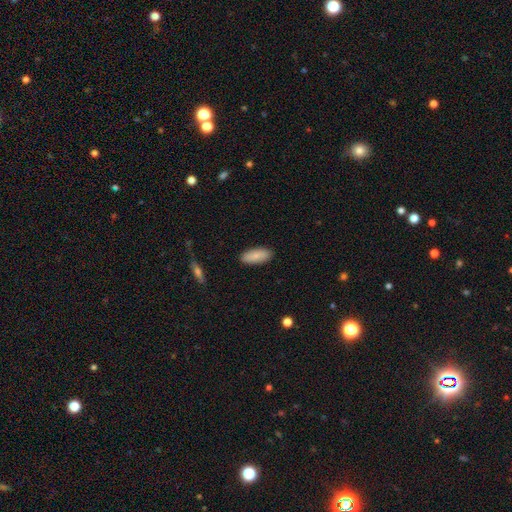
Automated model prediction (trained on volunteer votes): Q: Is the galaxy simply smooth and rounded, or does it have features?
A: smooth — 84%.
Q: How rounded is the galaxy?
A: in between — 80%.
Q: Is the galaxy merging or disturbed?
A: none — 88%.